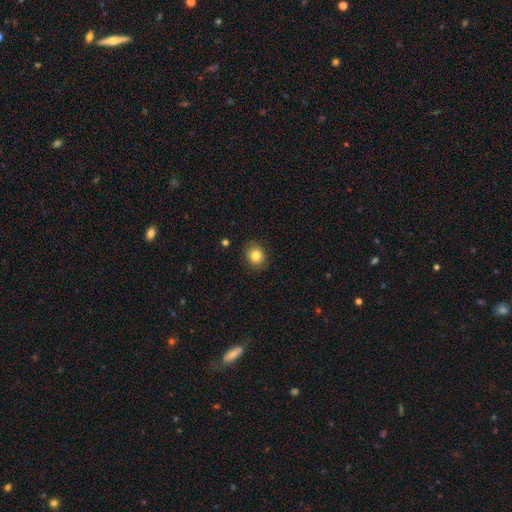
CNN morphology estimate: Q: Smooth or featured?
A: smooth (83%); runner-up: star or artifact (10%)
Q: How rounded?
A: round (74%); runner-up: in between (25%)
Q: Merging?
A: none (87%); runner-up: minor disturbance (10%)